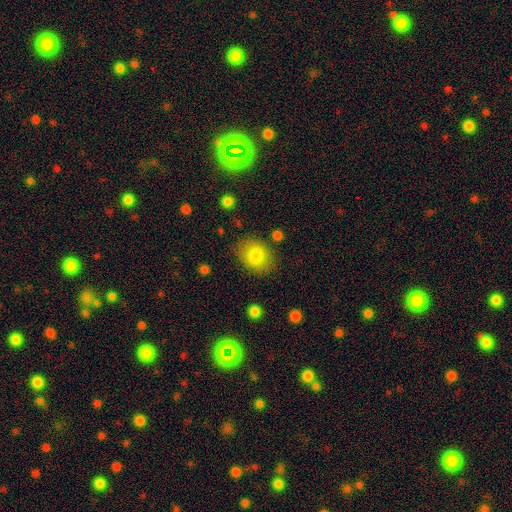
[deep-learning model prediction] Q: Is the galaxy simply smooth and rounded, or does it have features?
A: smooth — 82%.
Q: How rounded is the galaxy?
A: in between — 51%.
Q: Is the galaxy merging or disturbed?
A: none — 79%.